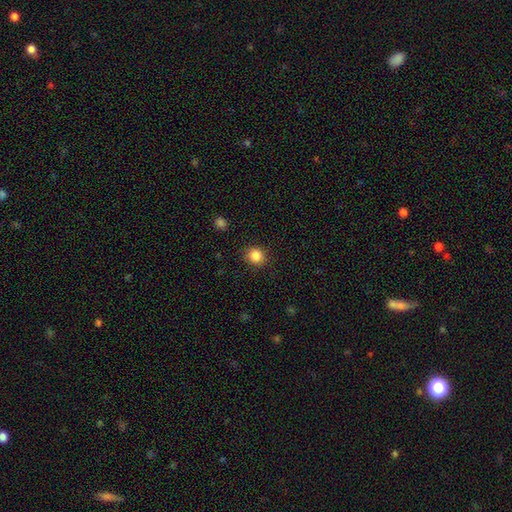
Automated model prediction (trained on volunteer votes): smooth-or-featured: smooth: 86% | star or artifact: 11% | featured or disk: 4%
  how-rounded: round: 84% | in between: 15% | cigar-shaped: 1%
  merging: none: 87% | minor disturbance: 9% | major disturbance: 3% | merger: 1%